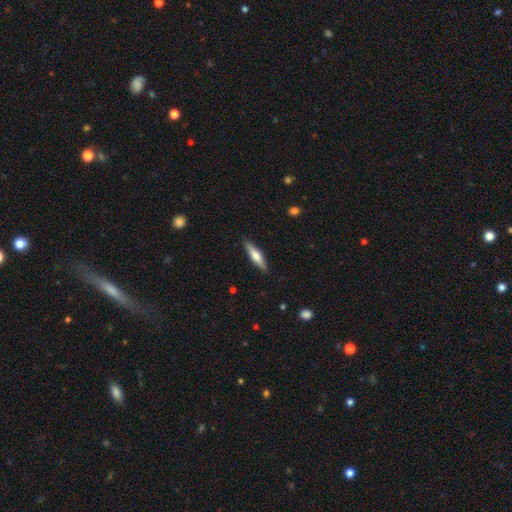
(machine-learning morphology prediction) Smooth or featured: smooth — 63% (featured or disk — 32%)
How rounded: cigar-shaped — 75% (in between — 23%)
Merging: none — 89% (minor disturbance — 9%)